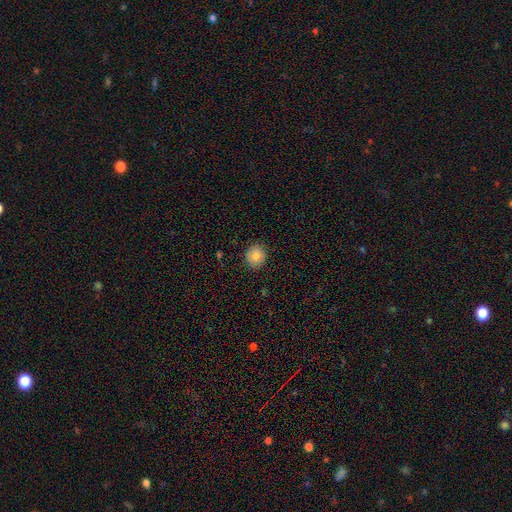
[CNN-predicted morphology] This is clearly a smooth galaxy (82%). How rounded: clearly round (83%). Merging: clearly none (88%).